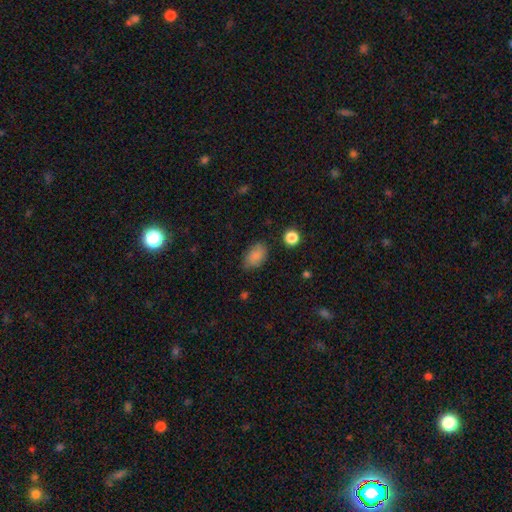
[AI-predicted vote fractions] Morphology: type=smooth (84%); roundness=in between (87%); merging=none (75%).